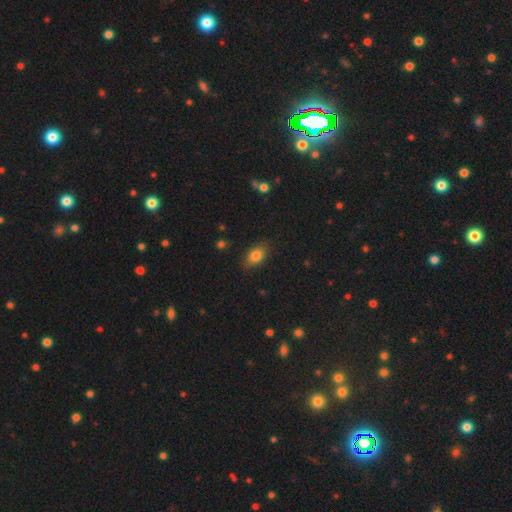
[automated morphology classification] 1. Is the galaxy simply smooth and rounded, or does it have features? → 82% smooth, 9% featured or disk, 9% star or artifact.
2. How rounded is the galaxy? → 84% in between, 13% round, 3% cigar-shaped.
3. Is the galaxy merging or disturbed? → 85% none, 12% minor disturbance, 3% major disturbance, 1% merger.